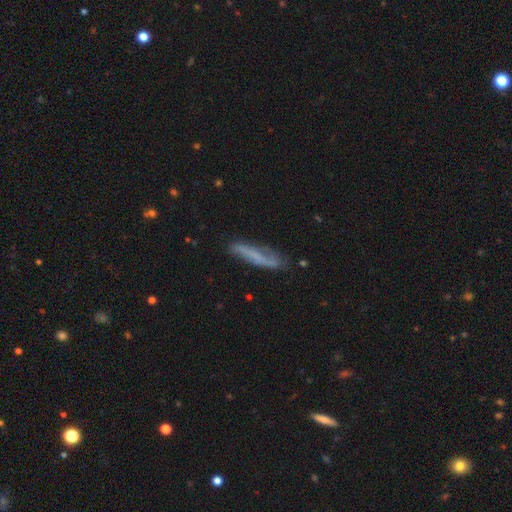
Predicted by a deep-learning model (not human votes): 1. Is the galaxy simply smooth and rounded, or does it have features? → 48% featured or disk, 43% smooth, 9% star or artifact.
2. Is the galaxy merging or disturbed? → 69% none, 22% minor disturbance, 7% major disturbance, 3% merger.